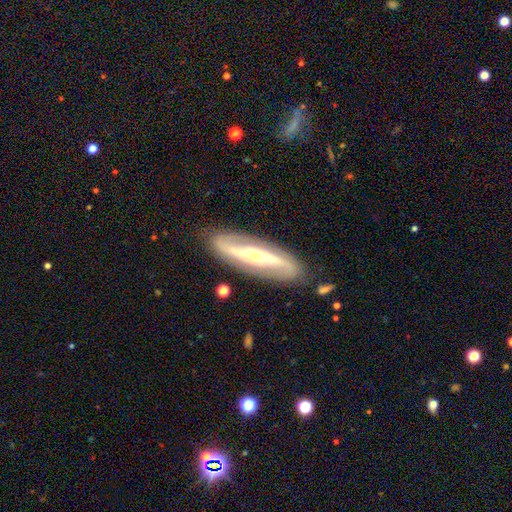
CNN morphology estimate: smooth-or-featured: featured or disk: 85% | smooth: 11% | star or artifact: 5%
  disk-edge-on: no: 78% | yes: 22%
    bar: strong: 58% | weak: 21% | no: 21%
    has-spiral-arms: yes: 91% | no: 9%
      spiral-winding: loose: 42% | medium: 37% | tight: 21%
      spiral-arm-count: 2: 91% | can't tell: 4% | 1: 2% | 3: 1% | 4: 1% | more than 4: 1%
    bulge-size: moderate: 51% | small: 38% | large: 7% | none: 2% | dominant: 2%
  merging: none: 85% | minor disturbance: 10% | major disturbance: 3% | merger: 2%